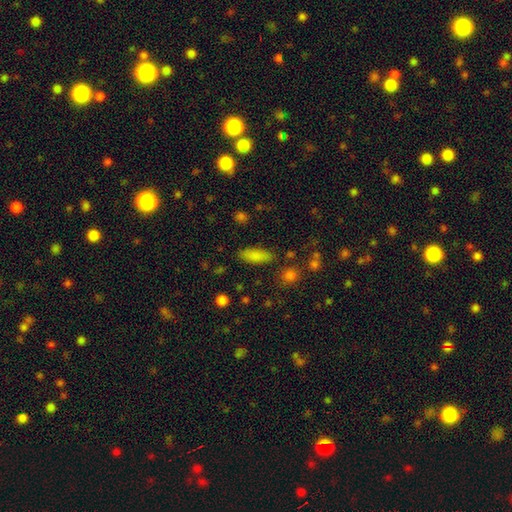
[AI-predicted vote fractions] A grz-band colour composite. It shows a smooth galaxy with no disk features (84%) that is in between round and cigar-shaped (74%). Merging: none (82%).